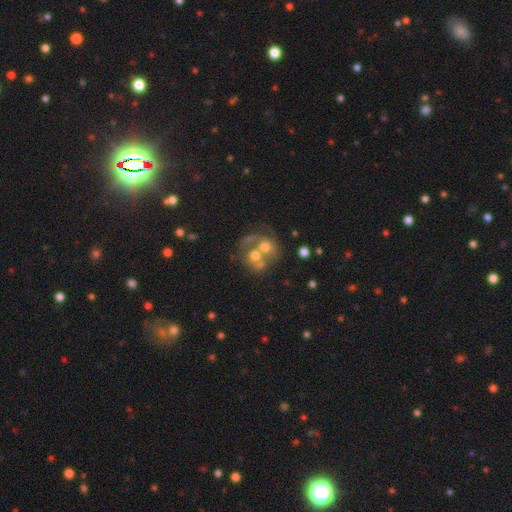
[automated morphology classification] A featured or disk galaxy (51%).

Vote fractions:
- Smooth or featured? featured or disk: 51% / smooth: 39% / star or artifact: 11%
- Edge-on disk? no: 97% / yes: 3%
- Merging? merger: 61% / none: 20% / major disturbance: 11% / minor disturbance: 8%